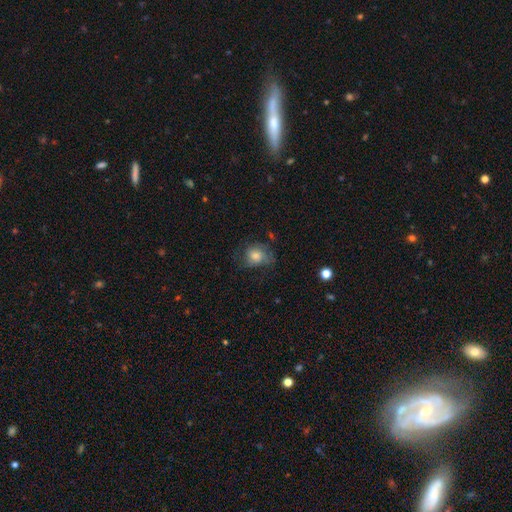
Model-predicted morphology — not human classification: type=smooth (58%); roundness=round (62%); merging=none (52%).